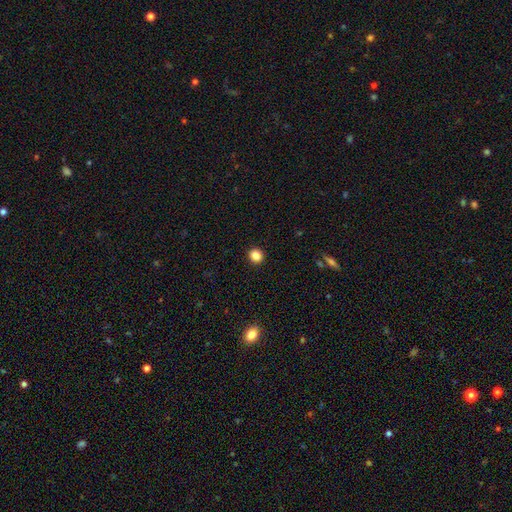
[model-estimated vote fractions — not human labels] Morphology: type=smooth (86%); roundness=round (81%); merging=none (92%).